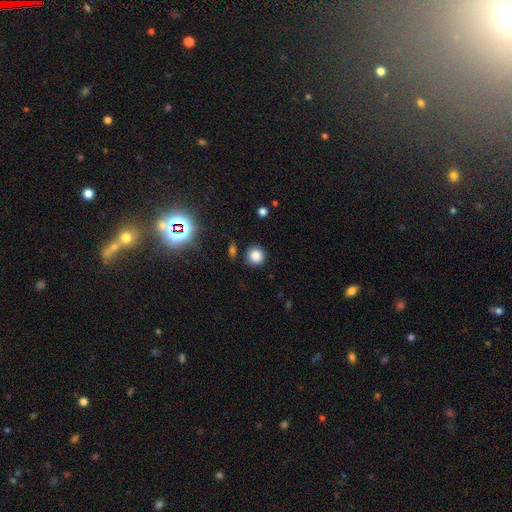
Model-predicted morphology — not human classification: Smooth or featured: smooth — 82% (star or artifact — 13%)
How rounded: round — 91% (in between — 8%)
Merging: none — 83% (minor disturbance — 10%)